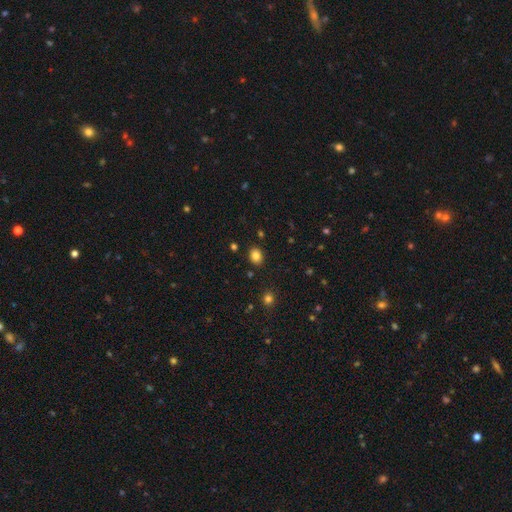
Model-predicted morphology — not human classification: type=smooth (83%); roundness=in between (53%); merging=none (87%).